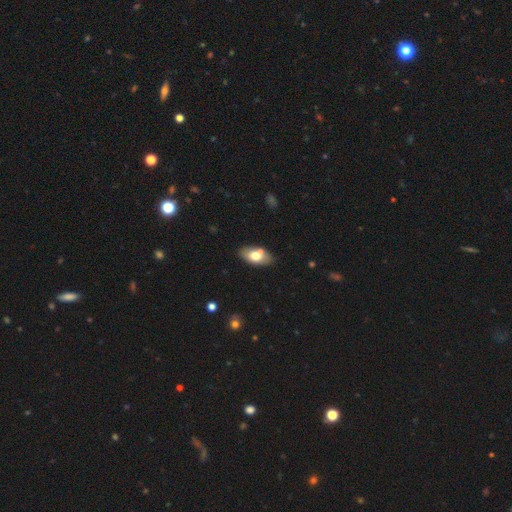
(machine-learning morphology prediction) A smooth galaxy with no disk features (69%) that is in between round and cigar-shaped (92%).

Vote fractions:
- Smooth or featured? smooth: 69% / featured or disk: 24% / star or artifact: 7%
- How rounded? in between: 92% / round: 5% / cigar-shaped: 4%
- Merging? none: 75% / minor disturbance: 14% / merger: 9% / major disturbance: 3%